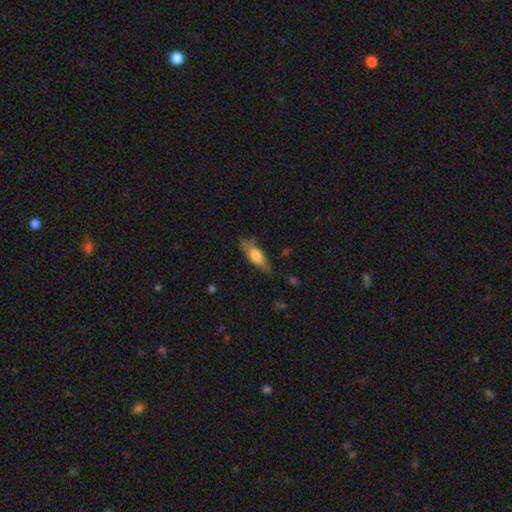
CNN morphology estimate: Smooth or featured? Predicted: smooth (p=0.64). How rounded? Predicted: in between (p=0.63). Merging? Predicted: none (p=0.67).